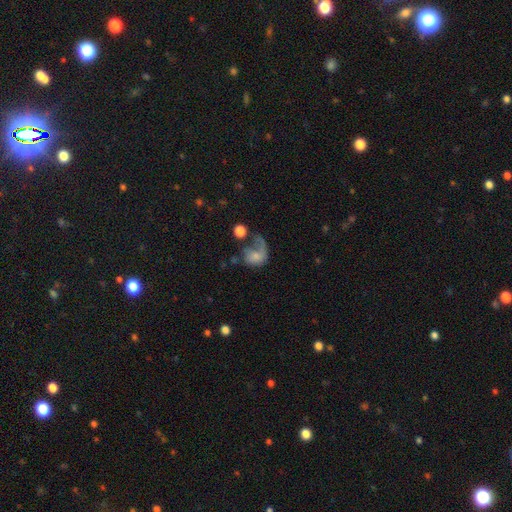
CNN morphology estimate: Q: Smooth or featured?
A: featured or disk (46%); runner-up: smooth (44%)
Q: Merging?
A: major disturbance (52%); runner-up: none (21%)